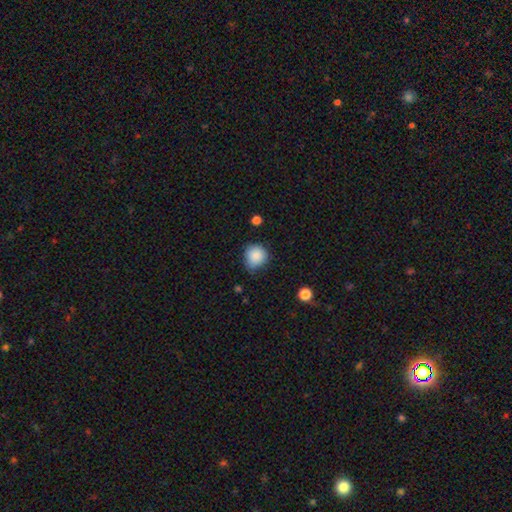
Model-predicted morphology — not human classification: smooth-or-featured: smooth: 87% | star or artifact: 9% | featured or disk: 4%
  how-rounded: round: 86% | in between: 14% | cigar-shaped: 1%
  merging: none: 64% | minor disturbance: 29% | major disturbance: 5% | merger: 2%